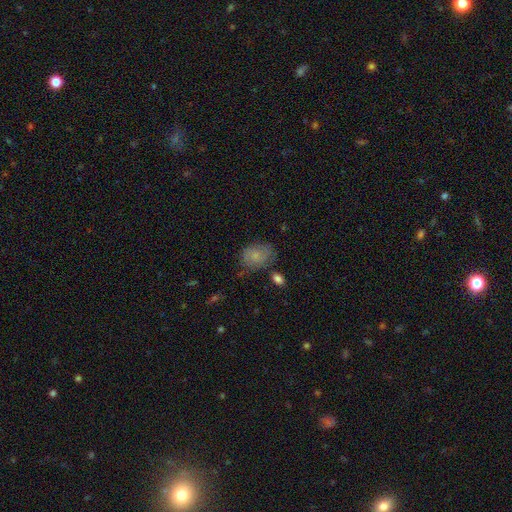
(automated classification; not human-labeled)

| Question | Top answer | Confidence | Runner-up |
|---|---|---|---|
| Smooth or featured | smooth | 62% | featured or disk (28%) |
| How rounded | in between | 66% | round (33%) |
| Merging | none | 57% | minor disturbance (27%) |